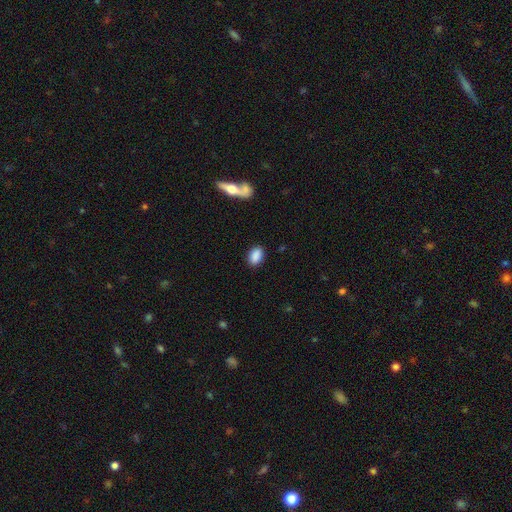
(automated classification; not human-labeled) Smooth or featured: smooth — 88% (star or artifact — 7%)
How rounded: in between — 87% (round — 10%)
Merging: none — 86% (minor disturbance — 9%)